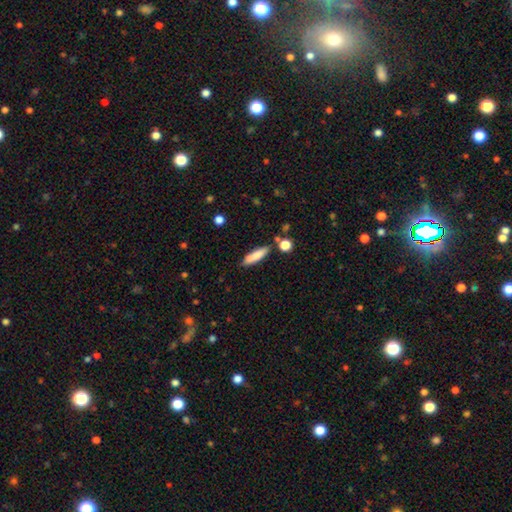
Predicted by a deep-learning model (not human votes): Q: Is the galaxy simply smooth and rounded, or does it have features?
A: smooth — 80%.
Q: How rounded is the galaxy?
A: cigar-shaped — 68%.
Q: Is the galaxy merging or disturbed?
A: none — 74%.